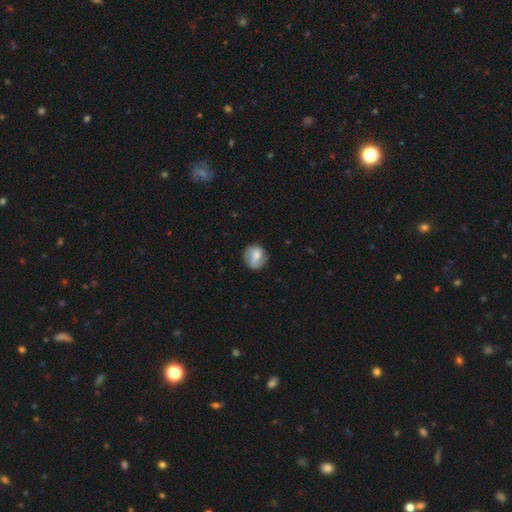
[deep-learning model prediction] smooth 64%, featured or disk 28%, star or artifact 8%. Down the decision tree: how rounded — round (81%); merging — none (72%).